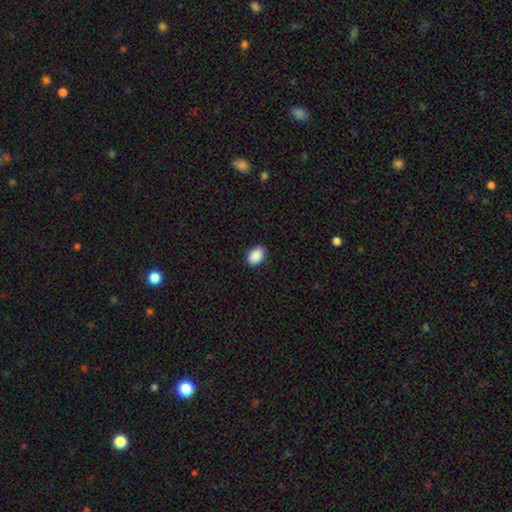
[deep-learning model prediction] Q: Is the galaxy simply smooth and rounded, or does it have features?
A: smooth — 90%.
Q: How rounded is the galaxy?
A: in between — 84%.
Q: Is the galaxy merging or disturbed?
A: none — 89%.